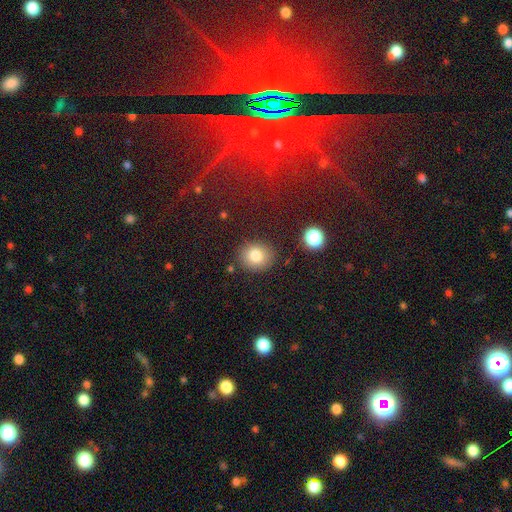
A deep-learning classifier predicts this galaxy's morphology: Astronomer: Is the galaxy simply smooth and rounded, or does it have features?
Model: smooth — 80%.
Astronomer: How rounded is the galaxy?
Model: round — 75%.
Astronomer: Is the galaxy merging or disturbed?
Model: none — 86%.